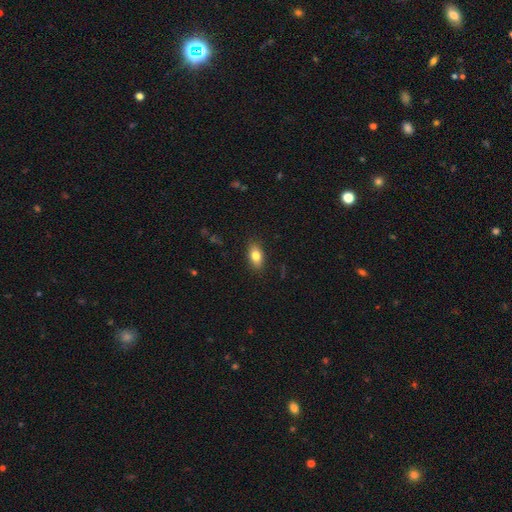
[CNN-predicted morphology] smooth-or-featured: smooth: 81% | featured or disk: 11% | star or artifact: 8%
  how-rounded: in between: 87% | round: 9% | cigar-shaped: 4%
  merging: none: 87% | minor disturbance: 9% | major disturbance: 2% | merger: 1%